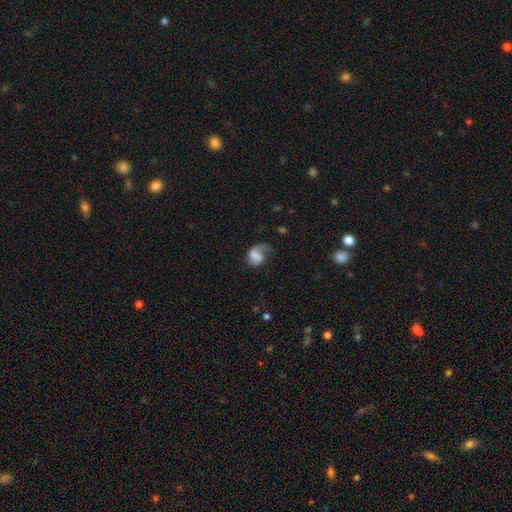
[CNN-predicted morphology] featured or disk 52%, smooth 39%, star or artifact 9%. Down the decision tree: edge-on disk — no (98%); bar — no (55%); spiral arms — yes (87%); bulge size — none (36%); merging — major disturbance (39%).